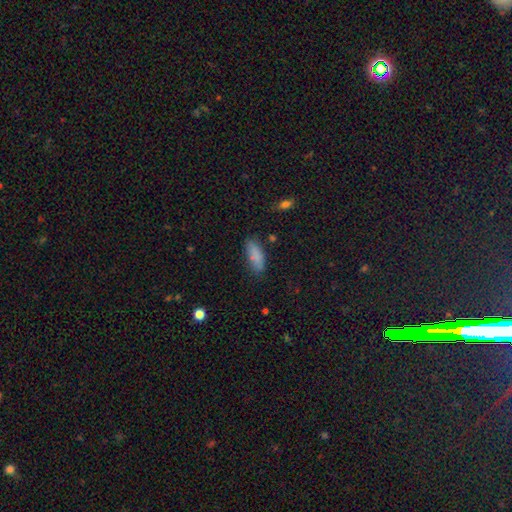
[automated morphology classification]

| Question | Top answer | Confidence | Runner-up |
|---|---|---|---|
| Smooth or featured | smooth | 85% | star or artifact (8%) |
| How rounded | in between | 71% | cigar-shaped (27%) |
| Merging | none | 75% | minor disturbance (18%) |